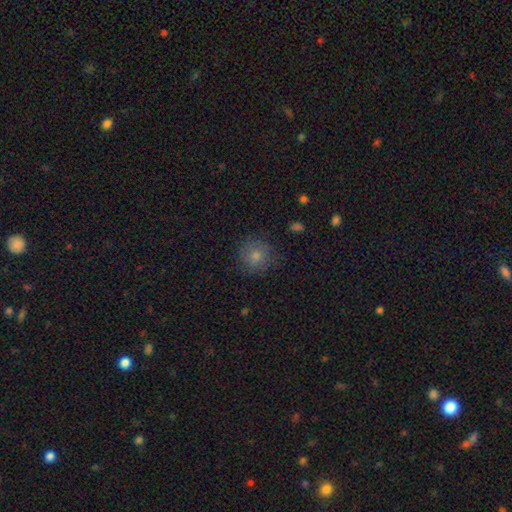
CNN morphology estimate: Smooth or featured? Predicted: smooth (p=0.79). How rounded? Predicted: round (p=0.90). Merging? Predicted: none (p=0.78).